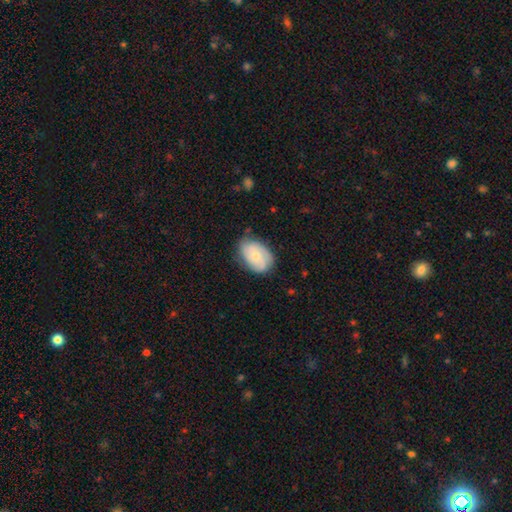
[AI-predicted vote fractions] Smooth or featured?
  - featured or disk: 49% *
  - smooth: 44%
  - star or artifact: 7%
Merging?
  - none: 69% *
  - minor disturbance: 24%
  - major disturbance: 6%
  - merger: 1%